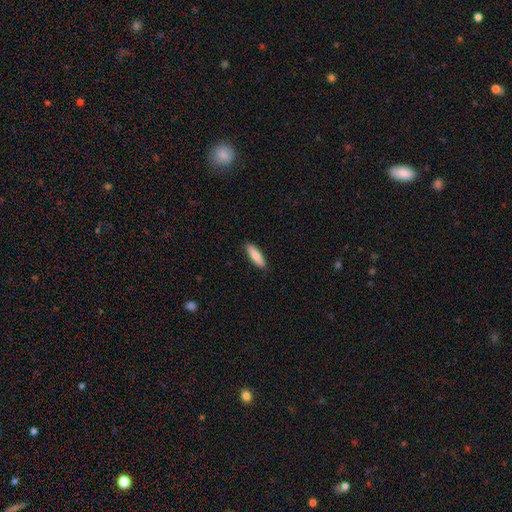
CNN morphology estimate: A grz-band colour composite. It shows a smooth galaxy with no disk features (79%) that is cigar-shaped (61%). Merging: none (89%).